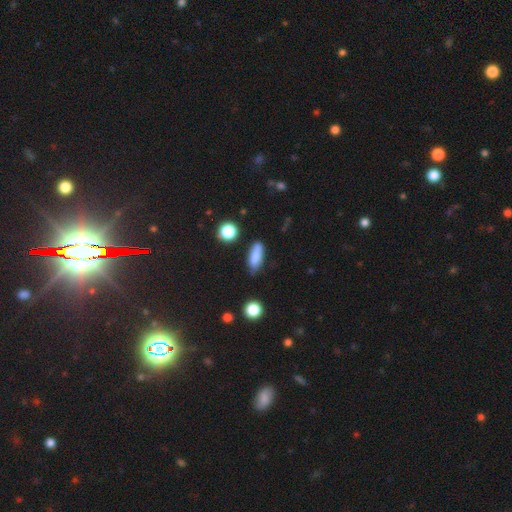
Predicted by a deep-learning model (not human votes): smooth-or-featured: smooth: 83% | featured or disk: 9% | star or artifact: 8%
  how-rounded: in between: 58% | cigar-shaped: 38% | round: 4%
  merging: none: 75% | minor disturbance: 18% | major disturbance: 4% | merger: 3%